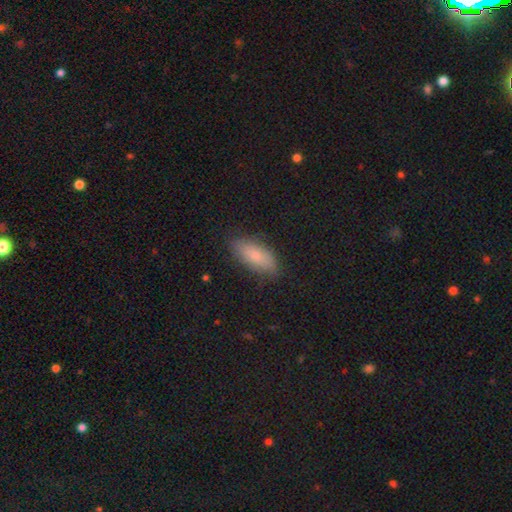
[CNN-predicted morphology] Smooth or featured?
  - smooth: 80% *
  - featured or disk: 14%
  - star or artifact: 7%
How rounded?
  - in between: 81% *
  - cigar-shaped: 17%
  - round: 2%
Merging?
  - none: 80% *
  - minor disturbance: 16%
  - major disturbance: 3%
  - merger: 1%